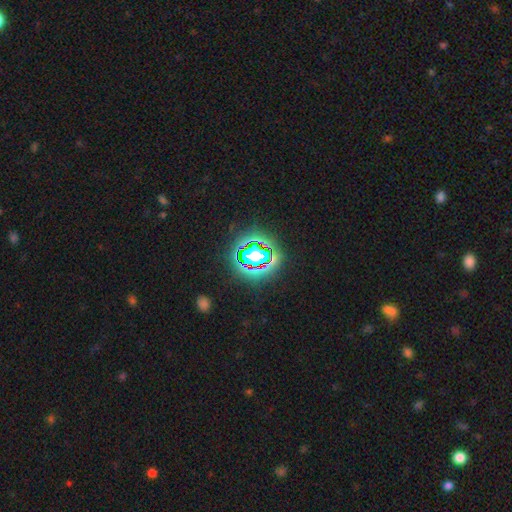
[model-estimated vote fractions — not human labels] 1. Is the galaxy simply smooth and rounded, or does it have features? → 66% star or artifact, 20% smooth, 14% featured or disk.